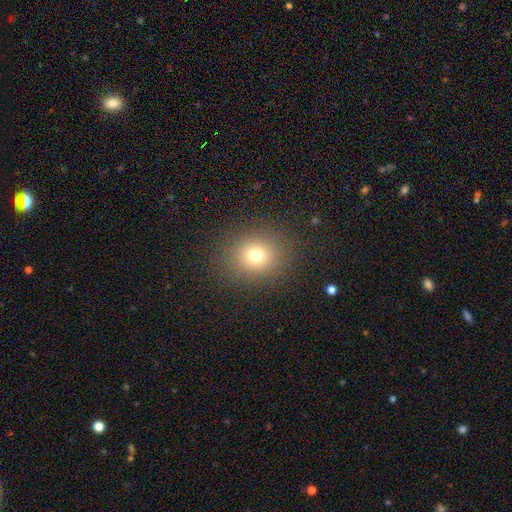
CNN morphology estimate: smooth 73%, star or artifact 18%, featured or disk 9%. Down the decision tree: how rounded — round (77%); merging — none (87%).